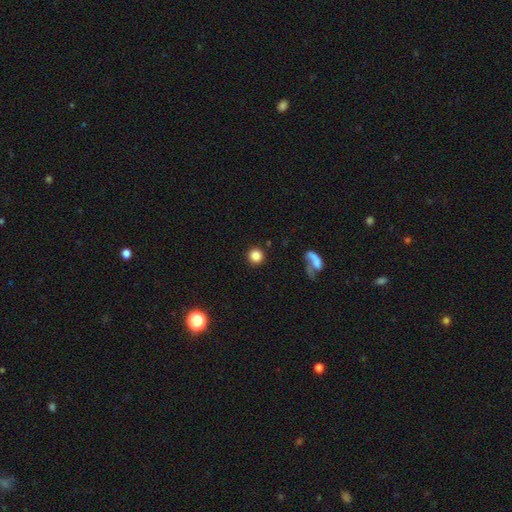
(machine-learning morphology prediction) Q: Smooth or featured?
A: smooth (84%); runner-up: star or artifact (10%)
Q: How rounded?
A: round (95%); runner-up: in between (4%)
Q: Merging?
A: none (90%); runner-up: minor disturbance (5%)